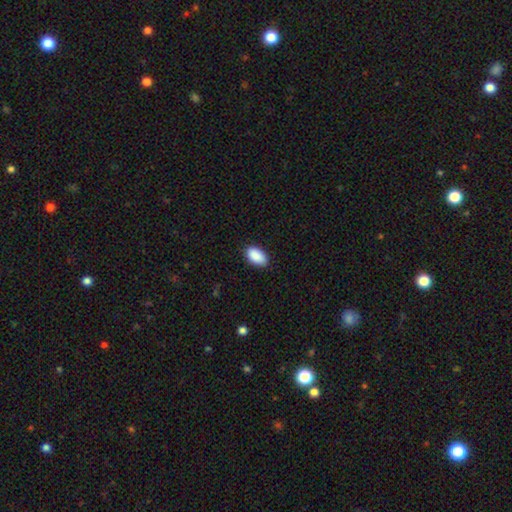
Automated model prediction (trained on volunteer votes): This appears to be a smooth galaxy with no disk features (91%) that is in between round and cigar-shaped (95%). Merging: none (87%).